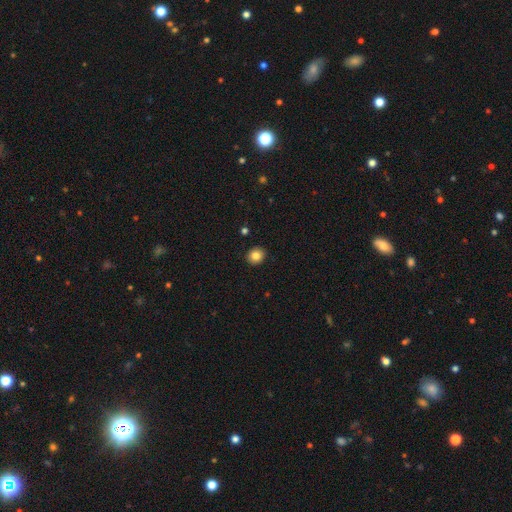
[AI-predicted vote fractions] Smooth or featured? Predicted: smooth (p=0.84). How rounded? Predicted: round (p=0.80). Merging? Predicted: none (p=0.92).